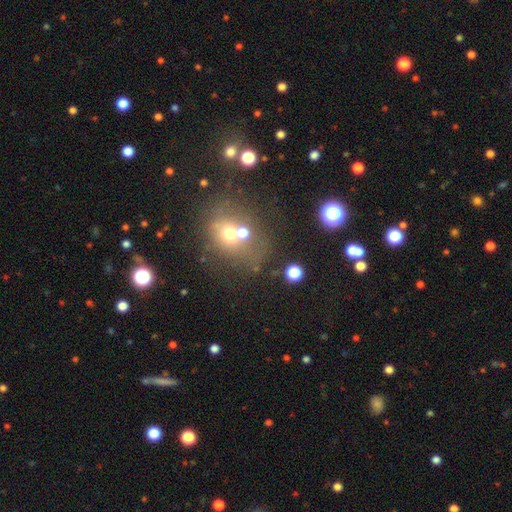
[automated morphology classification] Smooth or featured?
  - smooth: 49% *
  - star or artifact: 30%
  - featured or disk: 20%
Merging?
  - merger: 43% *
  - none: 40%
  - minor disturbance: 10%
  - major disturbance: 7%